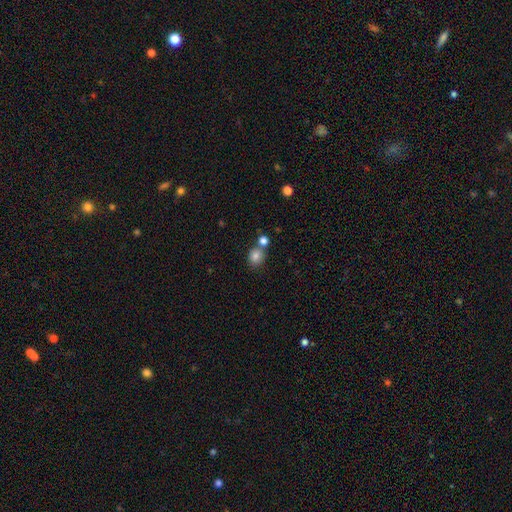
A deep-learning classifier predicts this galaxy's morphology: smooth_or_featured: smooth (p=0.82) [alt: star or artifact p=0.11]
how_rounded: round (p=0.75) [alt: in between p=0.24]
merging: none (p=0.63) [alt: merger p=0.24]